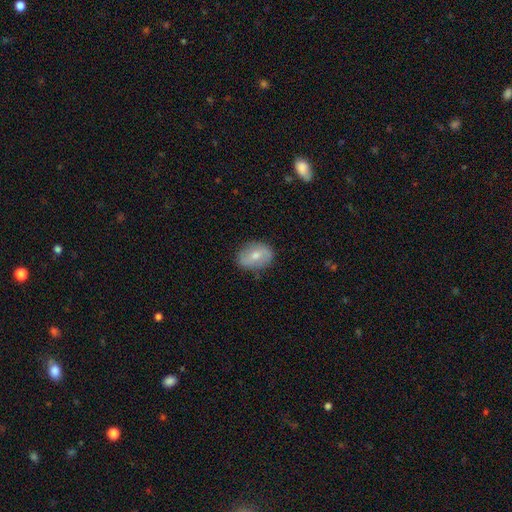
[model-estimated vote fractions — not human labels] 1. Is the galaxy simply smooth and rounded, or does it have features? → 60% smooth, 33% featured or disk, 7% star or artifact.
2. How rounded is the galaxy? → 66% in between, 33% round, 1% cigar-shaped.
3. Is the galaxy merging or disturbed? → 79% none, 16% minor disturbance, 4% major disturbance, 1% merger.